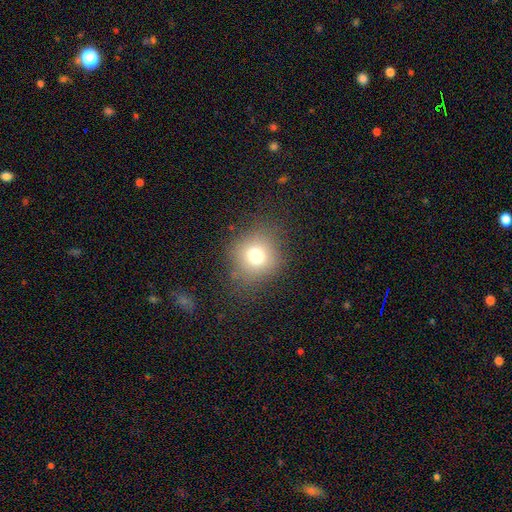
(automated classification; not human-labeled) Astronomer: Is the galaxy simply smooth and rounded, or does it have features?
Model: smooth — 73%.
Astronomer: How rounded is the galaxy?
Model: round — 84%.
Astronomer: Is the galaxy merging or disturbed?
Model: none — 78%.